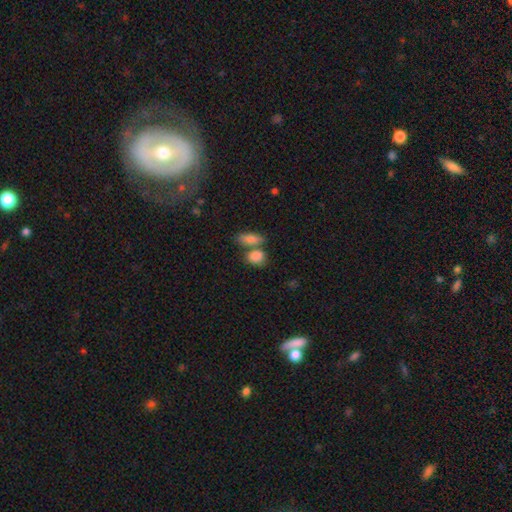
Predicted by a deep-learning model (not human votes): A smooth galaxy with no disk features (85%) that is in between round and cigar-shaped (68%). Merging: none (43%).